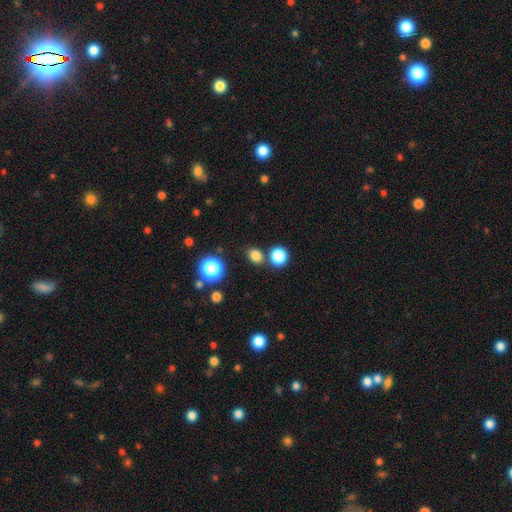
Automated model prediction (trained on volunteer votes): A smooth galaxy with no disk features (78%) that is round (60%). Merging: none (75%).